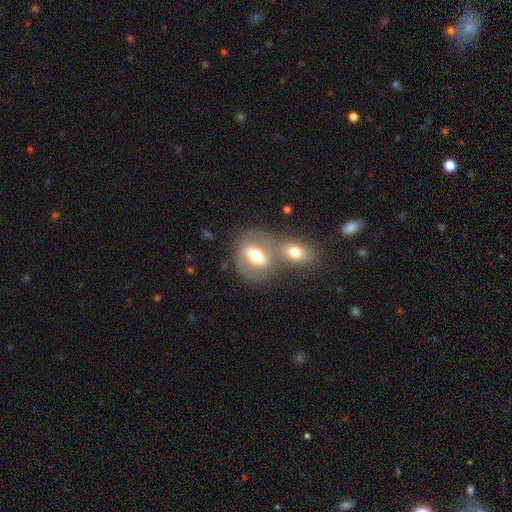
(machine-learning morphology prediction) Overall: smooth (47%; featured or disk 44%). Merging: merger (46%; none 39%).